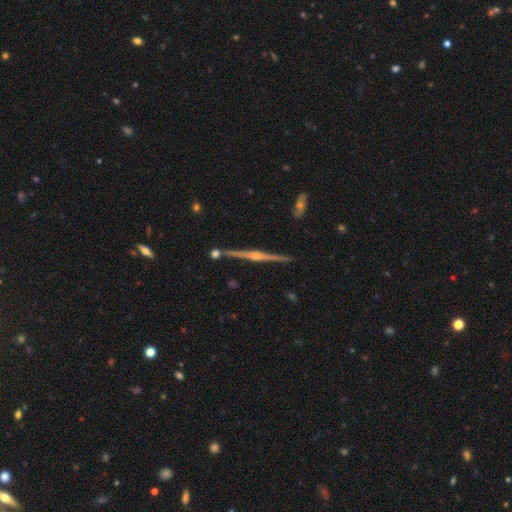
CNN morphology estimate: smooth_or_featured: featured or disk (p=0.89) [alt: smooth p=0.06]
disk_edge_on: yes (p=0.99) [alt: no p=0.01]
edge_on_bulge: rounded (p=0.89) [alt: boxy p=0.06]
merging: none (p=0.90) [alt: minor disturbance p=0.06]